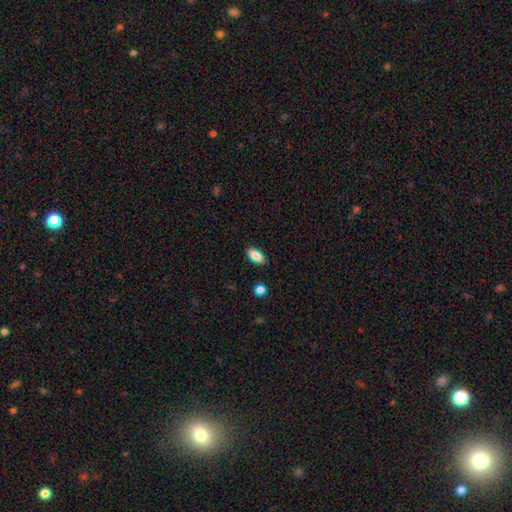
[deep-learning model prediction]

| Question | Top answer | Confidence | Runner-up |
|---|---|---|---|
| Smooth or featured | smooth | 86% | star or artifact (7%) |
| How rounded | in between | 90% | cigar-shaped (7%) |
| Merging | none | 88% | minor disturbance (8%) |